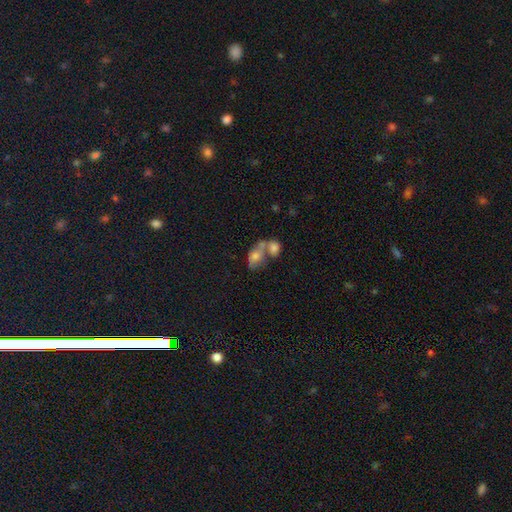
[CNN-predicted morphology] Smooth or featured? Predicted: smooth (p=0.54). How rounded? Predicted: in between (p=0.74). Merging? Predicted: merger (p=0.60).